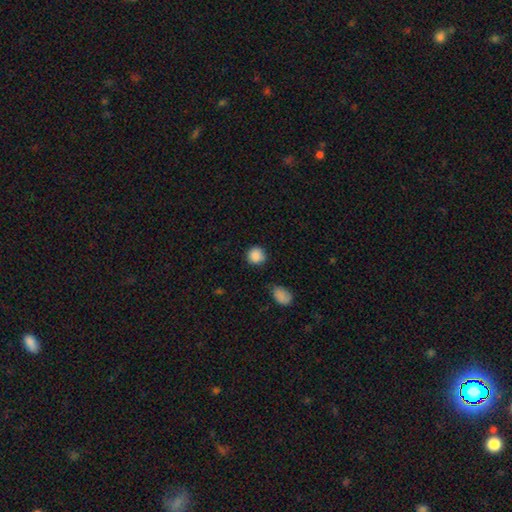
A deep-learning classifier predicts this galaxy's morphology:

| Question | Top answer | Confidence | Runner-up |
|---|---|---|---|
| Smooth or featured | smooth | 88% | star or artifact (9%) |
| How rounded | round | 90% | in between (9%) |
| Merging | none | 80% | minor disturbance (14%) |